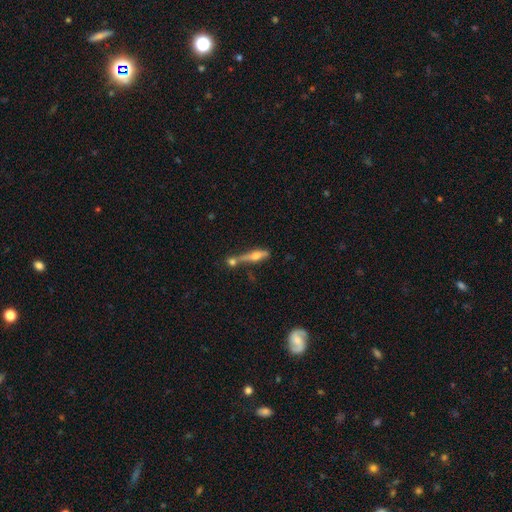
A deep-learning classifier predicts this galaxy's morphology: smooth-or-featured: featured or disk: 61% | smooth: 30% | star or artifact: 9%
  disk-edge-on: yes: 90% | no: 10%
    edge-on-bulge: rounded: 91% | boxy: 5% | none: 4%
  merging: none: 48% | merger: 32% | minor disturbance: 14% | major disturbance: 7%